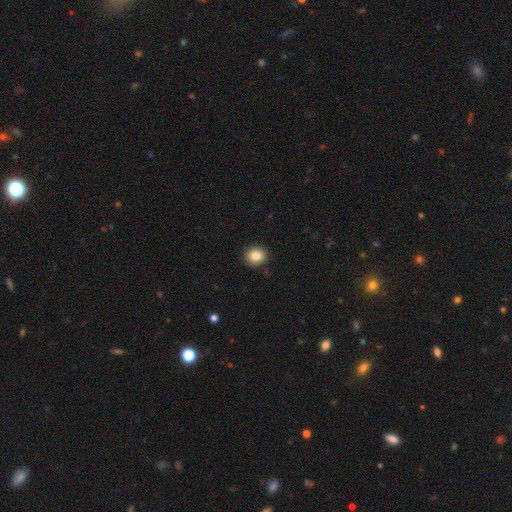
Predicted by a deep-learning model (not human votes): A smooth galaxy with no disk features (85%) that is round (81%).

Vote fractions:
- Smooth or featured? smooth: 85% / star or artifact: 9% / featured or disk: 6%
- How rounded? round: 81% / in between: 18% / cigar-shaped: 1%
- Merging? none: 91% / minor disturbance: 7% / major disturbance: 2% / merger: 1%